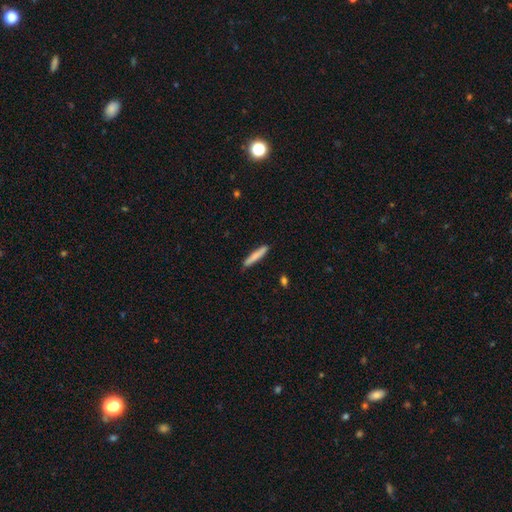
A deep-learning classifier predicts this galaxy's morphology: Smooth or featured?
  - smooth: 78% *
  - featured or disk: 16%
  - star or artifact: 6%
How rounded?
  - cigar-shaped: 93% *
  - in between: 6%
  - round: 1%
Merging?
  - none: 88% *
  - minor disturbance: 9%
  - major disturbance: 2%
  - merger: 1%